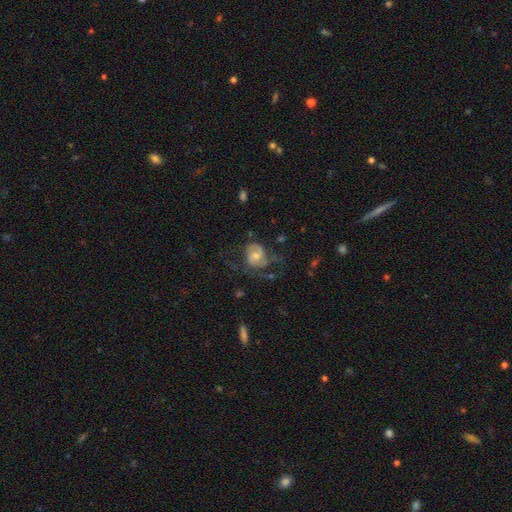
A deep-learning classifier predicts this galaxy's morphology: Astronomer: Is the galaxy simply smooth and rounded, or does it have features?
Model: featured or disk — 68%.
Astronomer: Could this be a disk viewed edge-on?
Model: no — 98%.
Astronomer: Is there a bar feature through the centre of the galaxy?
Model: no — 63%.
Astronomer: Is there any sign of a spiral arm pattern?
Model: yes — 86%.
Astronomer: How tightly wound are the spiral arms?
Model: medium — 44% (runner-up: tight, 32%).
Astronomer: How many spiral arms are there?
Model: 2 — 60%.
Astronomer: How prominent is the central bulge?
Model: moderate — 52% (runner-up: small, 34%).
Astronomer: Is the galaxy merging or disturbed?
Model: none — 47% (runner-up: major disturbance, 30%).